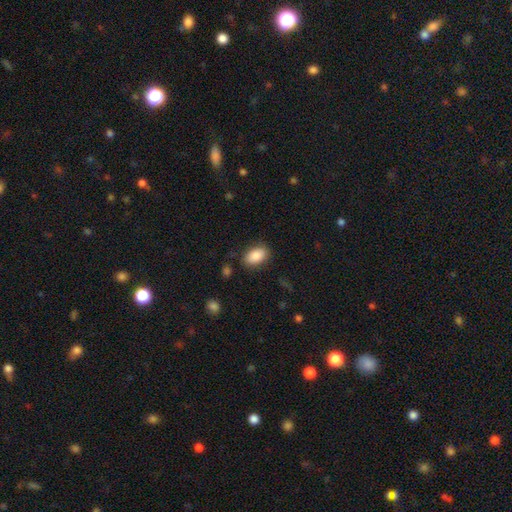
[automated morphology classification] Q: Smooth or featured?
A: smooth (86%); runner-up: star or artifact (7%)
Q: How rounded?
A: in between (90%); runner-up: round (9%)
Q: Merging?
A: none (81%); runner-up: minor disturbance (13%)